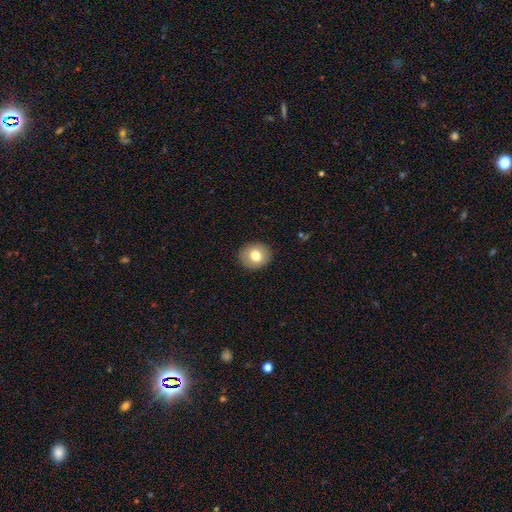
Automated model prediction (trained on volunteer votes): A smooth galaxy with no disk features (77%) that is round (71%). Merging: none (90%).